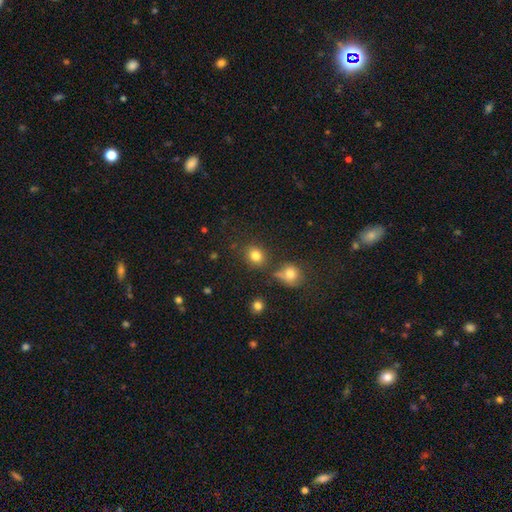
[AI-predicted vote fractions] A smooth galaxy with no disk features (81%) that is round (63%).

Vote fractions:
- Smooth or featured? smooth: 81% / star or artifact: 13% / featured or disk: 6%
- How rounded? round: 63% / in between: 36% / cigar-shaped: 1%
- Merging? none: 76% / minor disturbance: 11% / merger: 9% / major disturbance: 4%